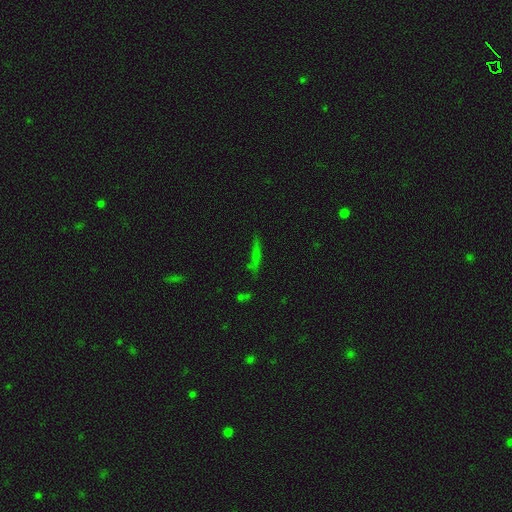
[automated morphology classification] smooth_or_featured: smooth (p=0.58) [alt: featured or disk p=0.24]
how_rounded: cigar-shaped (p=0.87) [alt: in between p=0.10]
merging: none (p=0.72) [alt: minor disturbance p=0.18]